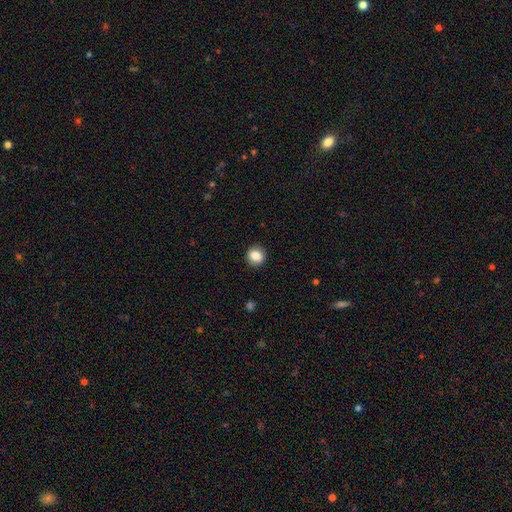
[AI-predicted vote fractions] A smooth galaxy with no disk features (84%) that is round (81%).

Vote fractions:
- Smooth or featured? smooth: 84% / star or artifact: 9% / featured or disk: 7%
- How rounded? round: 81% / in between: 18% / cigar-shaped: 1%
- Merging? none: 90% / minor disturbance: 7% / major disturbance: 2% / merger: 1%